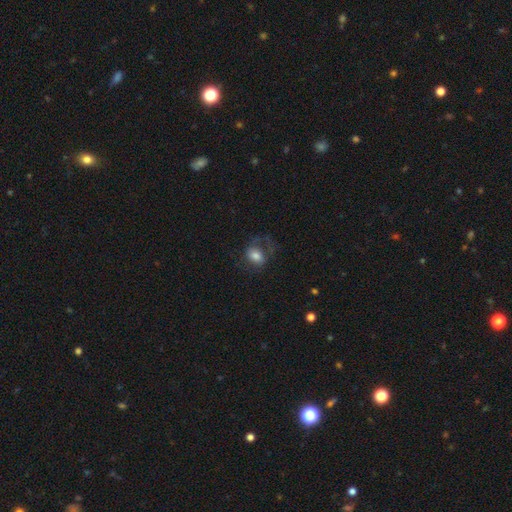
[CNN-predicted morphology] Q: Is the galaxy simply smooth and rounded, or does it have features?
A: smooth — 67%.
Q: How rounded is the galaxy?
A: in between — 65%.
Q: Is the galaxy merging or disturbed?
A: none — 47%.